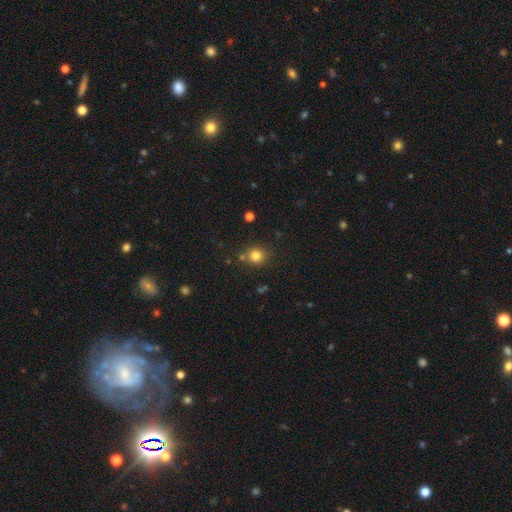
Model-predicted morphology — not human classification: Smooth or featured: smooth — 81% (star or artifact — 13%)
How rounded: round — 86% (in between — 13%)
Merging: none — 80% (minor disturbance — 9%)